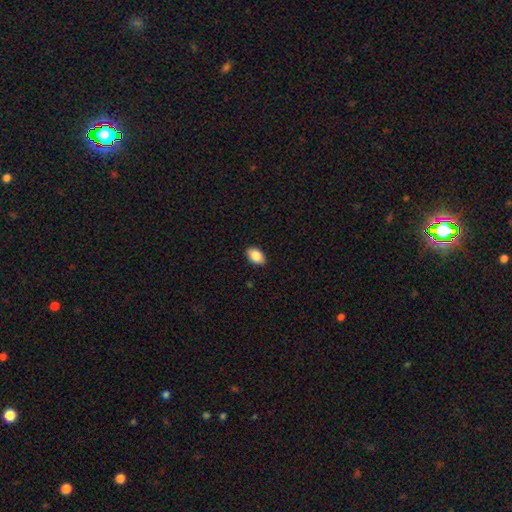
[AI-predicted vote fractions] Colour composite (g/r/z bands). It shows a smooth galaxy with no disk features (88%) that is in between round and cigar-shaped (90%). Merging: none (89%).